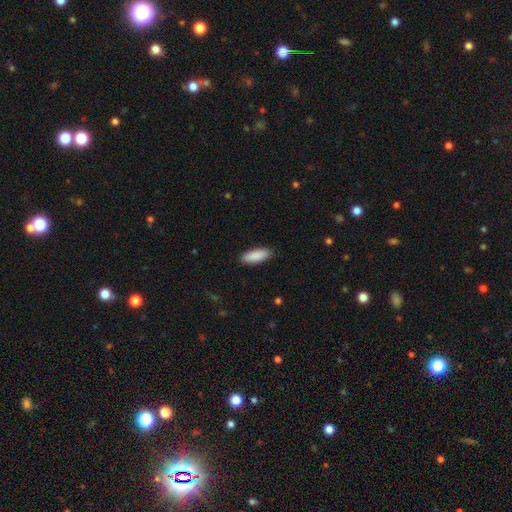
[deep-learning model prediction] This is clearly a smooth galaxy (90%). How rounded: likely in between (74%). Merging: clearly none (89%).